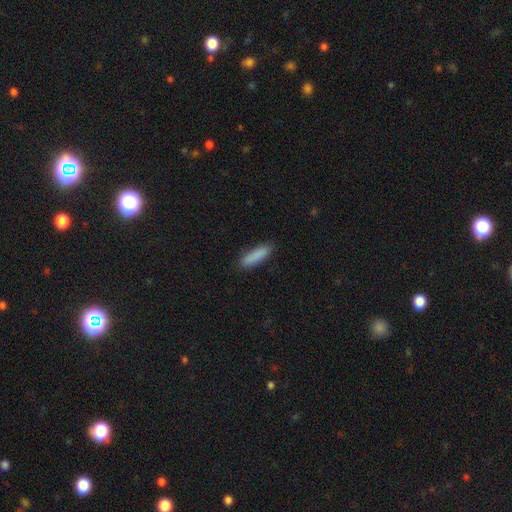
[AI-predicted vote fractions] A smooth galaxy with no disk features (87%) that is cigar-shaped (67%).

Vote fractions:
- Smooth or featured? smooth: 87% / star or artifact: 7% / featured or disk: 6%
- How rounded? cigar-shaped: 67% / in between: 31% / round: 2%
- Merging? none: 86% / minor disturbance: 11% / major disturbance: 2% / merger: 1%